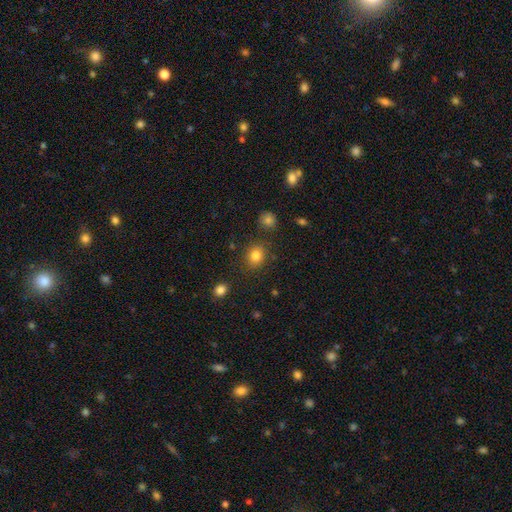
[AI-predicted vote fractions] This is clearly a smooth galaxy (82%). How rounded: likely round (63%). Merging: clearly none (82%).